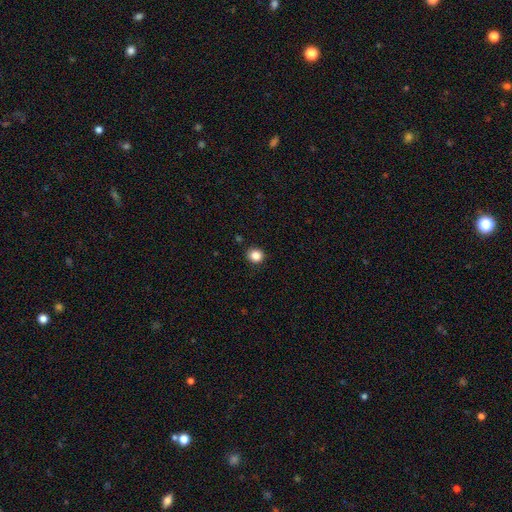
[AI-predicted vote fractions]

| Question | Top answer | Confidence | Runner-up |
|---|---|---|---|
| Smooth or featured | smooth | 86% | star or artifact (11%) |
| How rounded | round | 87% | in between (12%) |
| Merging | none | 90% | minor disturbance (7%) |